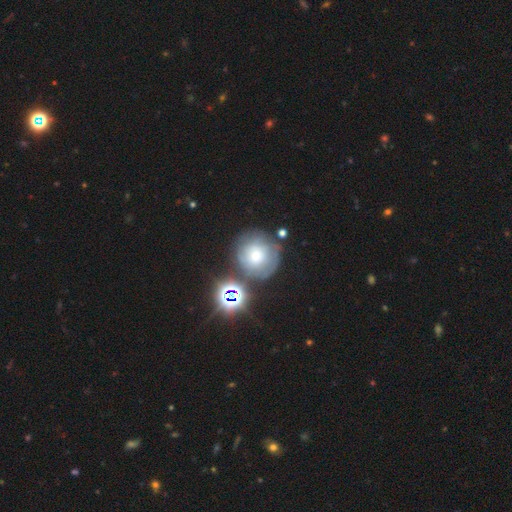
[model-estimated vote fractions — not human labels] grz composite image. It shows a smooth galaxy with no disk features (42%). Merging: none (64%).